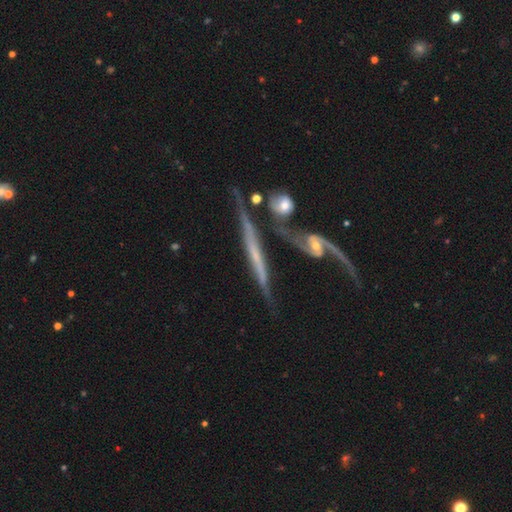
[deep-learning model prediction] This is likely a featured or disk galaxy (76%). It is likely viewed edge-on (78%). Edge-on bulge: likely none (65%). Merging: marginally none (45%).